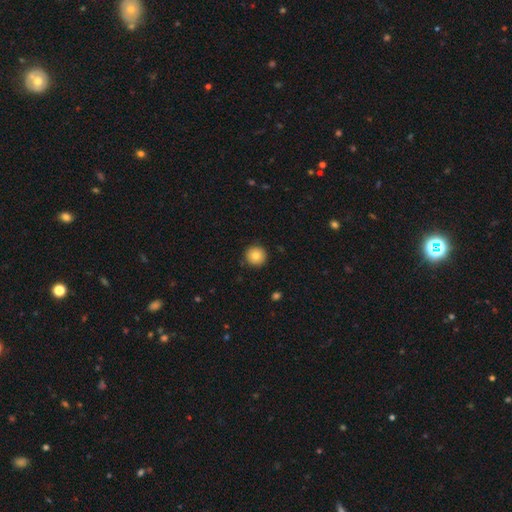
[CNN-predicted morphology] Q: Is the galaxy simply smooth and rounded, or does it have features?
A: smooth — 83%.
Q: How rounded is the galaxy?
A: round — 95%.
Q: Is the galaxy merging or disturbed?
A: none — 90%.